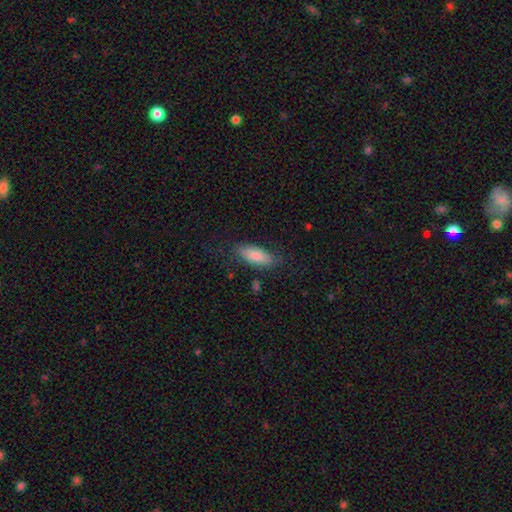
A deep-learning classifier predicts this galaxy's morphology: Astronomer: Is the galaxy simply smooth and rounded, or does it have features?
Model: smooth — 83%.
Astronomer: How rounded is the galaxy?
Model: in between — 77%.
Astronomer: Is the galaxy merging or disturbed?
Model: none — 75%.